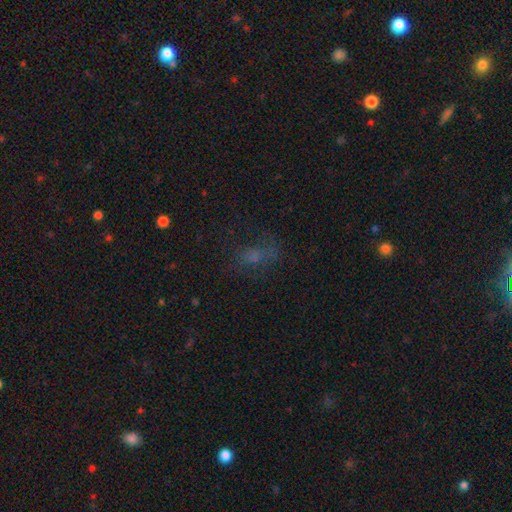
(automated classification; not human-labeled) A smooth galaxy with no disk features (46%). Merging: none (49%).